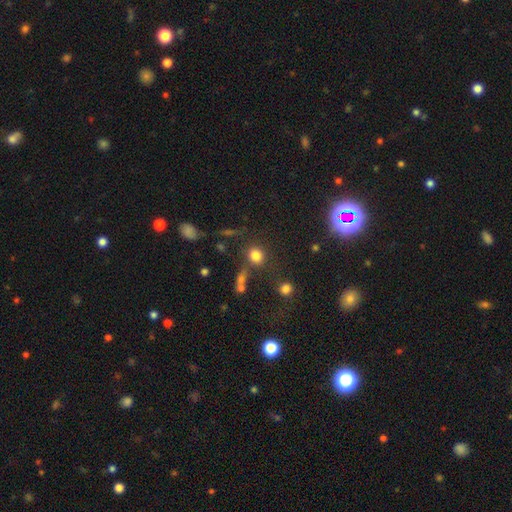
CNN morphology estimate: Overall: smooth (79%). How rounded: round (74%). Merging: none (70%).